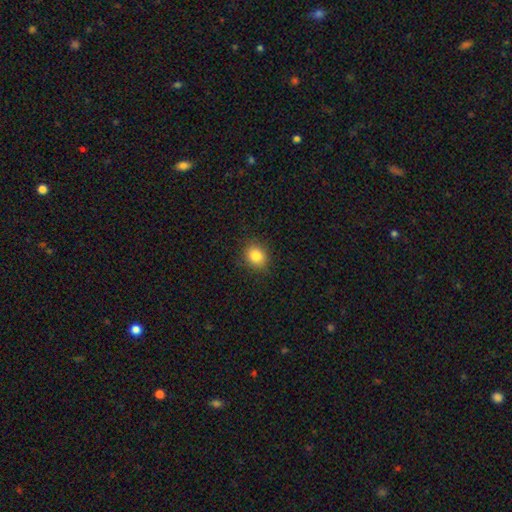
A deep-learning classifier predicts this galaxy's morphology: Smooth or featured: smooth — 84% (star or artifact — 11%)
How rounded: round — 73% (in between — 26%)
Merging: none — 88% (minor disturbance — 8%)